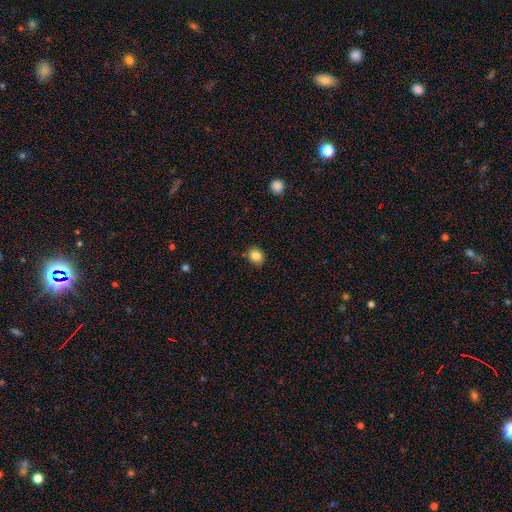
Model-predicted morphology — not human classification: This appears to be a smooth galaxy with no disk features (85%) that is round (55%). Merging: none (83%).